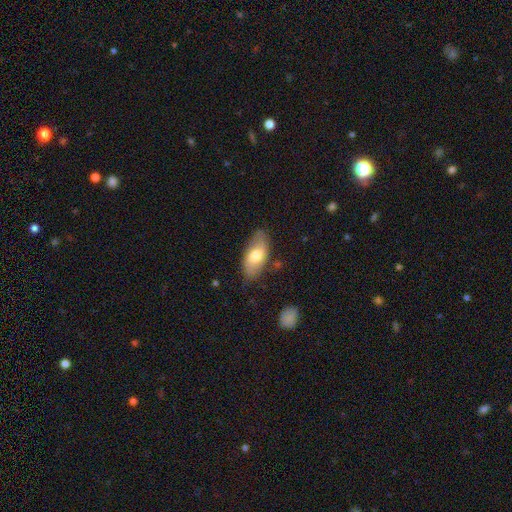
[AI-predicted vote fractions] This appears to be a smooth galaxy with no disk features (64%) that is in between round and cigar-shaped (88%). Merging: none (76%).